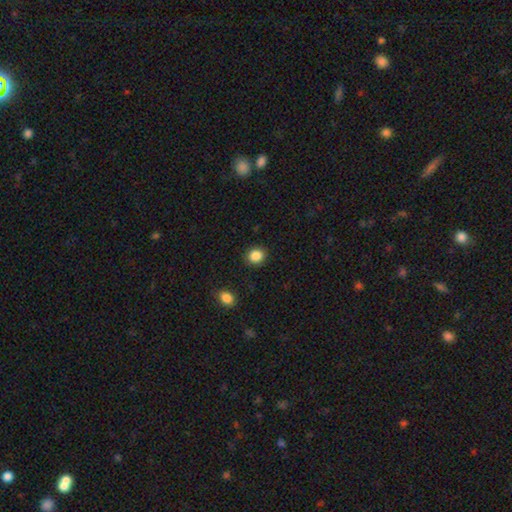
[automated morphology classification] smooth 86%, star or artifact 10%, featured or disk 4%. Down the decision tree: how rounded — round (81%); merging — none (90%).